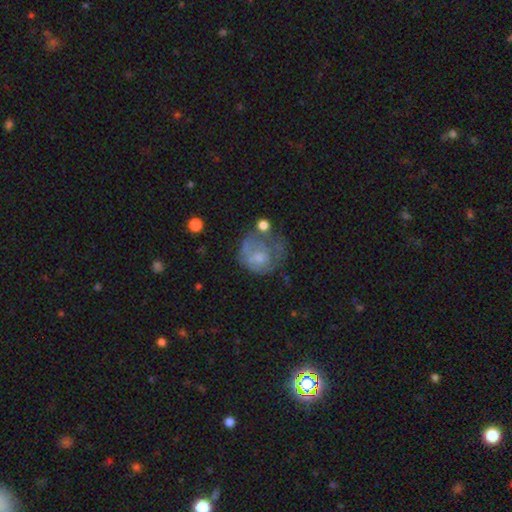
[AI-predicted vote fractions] Smooth or featured: smooth — 46% (featured or disk — 43%)
Merging: major disturbance — 37% (none — 30%)